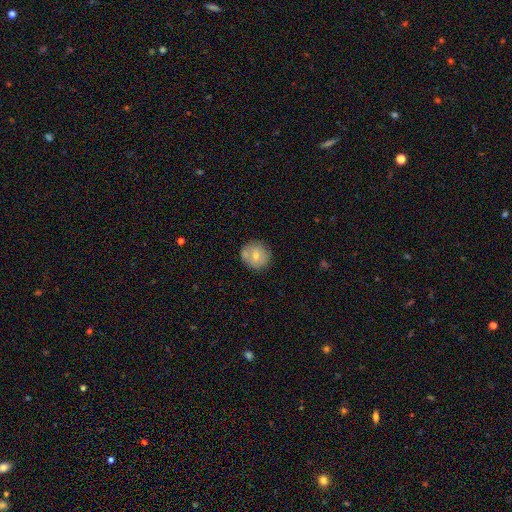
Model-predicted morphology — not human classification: A smooth galaxy with no disk features (67%) that is round (90%).

Vote fractions:
- Smooth or featured? smooth: 67% / featured or disk: 25% / star or artifact: 8%
- How rounded? round: 90% / in between: 9% / cigar-shaped: 1%
- Merging? none: 72% / minor disturbance: 14% / merger: 11% / major disturbance: 4%